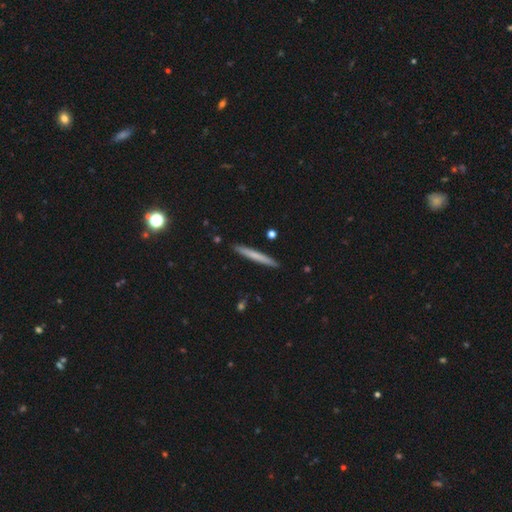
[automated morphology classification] smooth 64%, featured or disk 30%, star or artifact 6%. Down the decision tree: how rounded — cigar-shaped (97%); merging — none (91%).